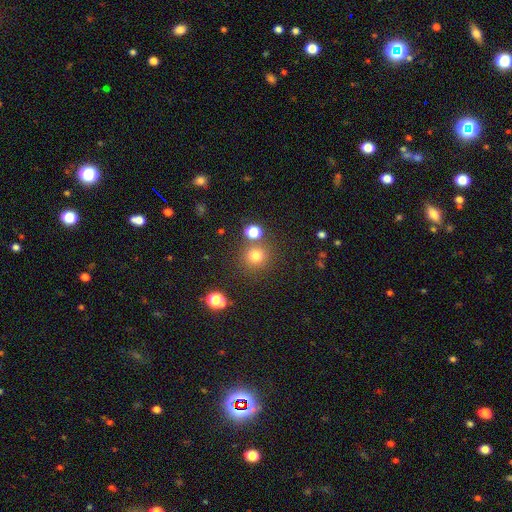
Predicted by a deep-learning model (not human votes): Morphology: type=smooth (75%); roundness=round (89%); merging=none (76%).